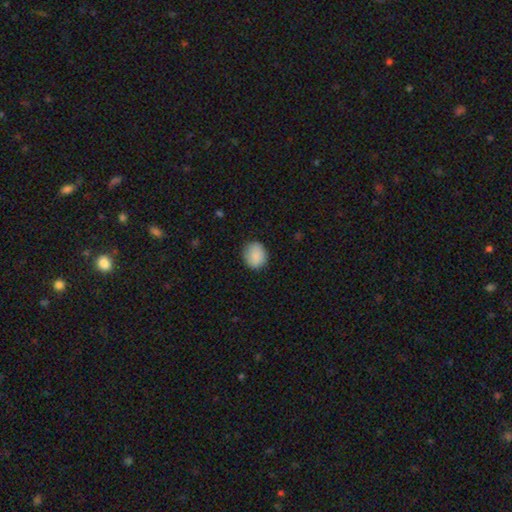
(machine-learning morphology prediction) The model was most divided on "how rounded": round: 71%, in between: 28%, cigar-shaped: 1%. More confident: smooth or featured — smooth (88%); merging — none (85%).